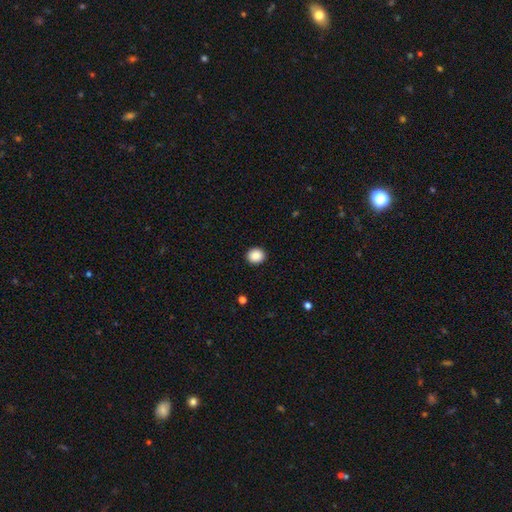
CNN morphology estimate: smooth_or_featured: smooth (p=0.89) [alt: star or artifact p=0.09]
how_rounded: round (p=0.80) [alt: in between p=0.19]
merging: none (p=0.92) [alt: minor disturbance p=0.05]